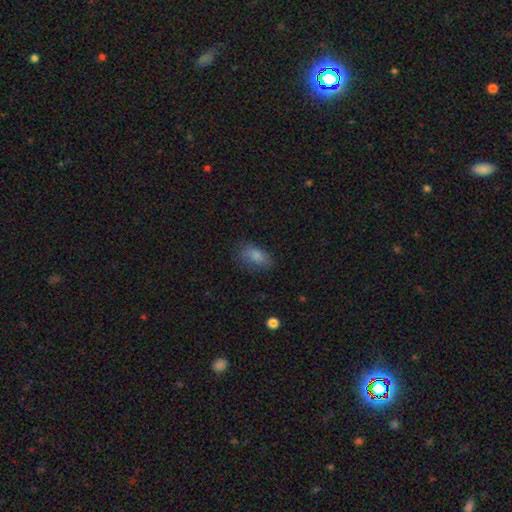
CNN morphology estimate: Smooth or featured? Predicted: smooth (p=0.81). How rounded? Predicted: in between (p=0.89). Merging? Predicted: none (p=0.68).